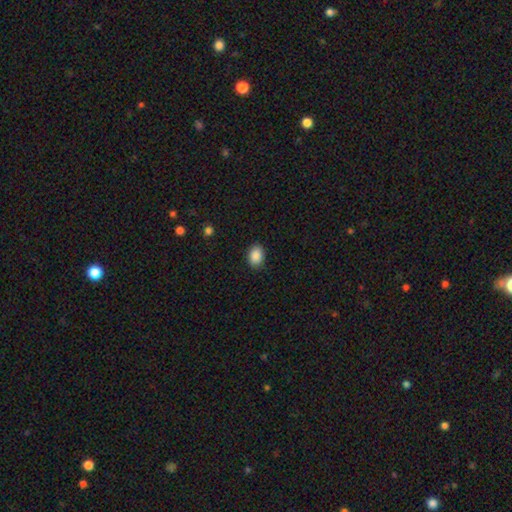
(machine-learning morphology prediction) Overall: smooth (89%). How rounded: in between (77%). Merging: none (87%).